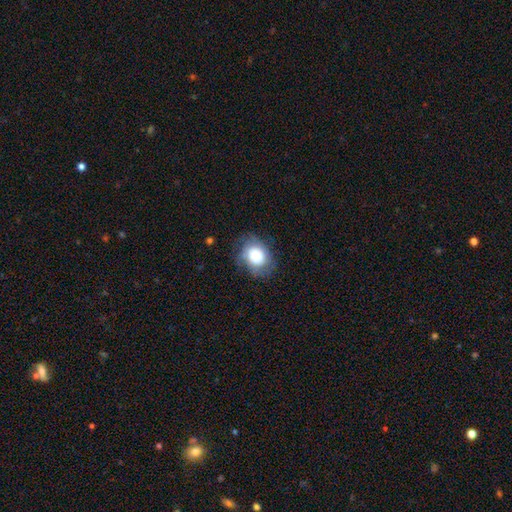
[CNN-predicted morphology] This appears to be a smooth galaxy with no disk features (71%) that is round (56%). Merging: none (67%).